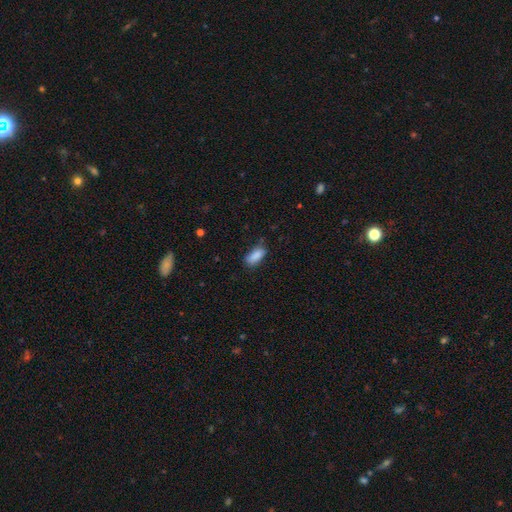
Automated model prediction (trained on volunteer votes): A smooth galaxy with no disk features (87%) that is in between round and cigar-shaped (84%). Merging: none (71%).